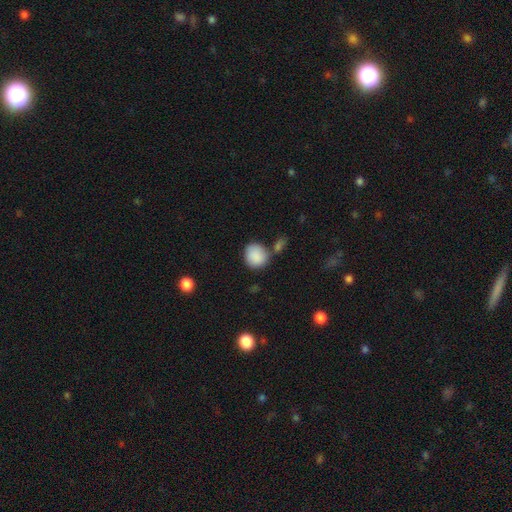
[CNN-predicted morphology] Smooth or featured: smooth — 88% (star or artifact — 7%)
How rounded: round — 80% (in between — 19%)
Merging: none — 63% (minor disturbance — 16%)